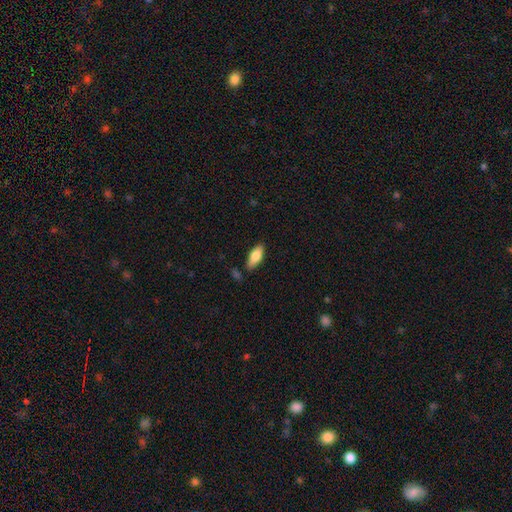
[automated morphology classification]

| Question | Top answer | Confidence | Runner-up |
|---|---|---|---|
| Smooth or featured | smooth | 78% | featured or disk (16%) |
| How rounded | in between | 76% | cigar-shaped (21%) |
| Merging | none | 79% | minor disturbance (14%) |